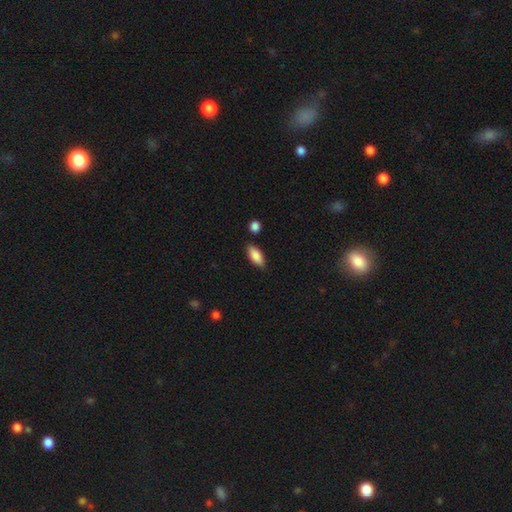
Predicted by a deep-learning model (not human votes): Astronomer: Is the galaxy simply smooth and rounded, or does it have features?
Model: smooth — 85%.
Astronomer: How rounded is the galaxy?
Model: in between — 83%.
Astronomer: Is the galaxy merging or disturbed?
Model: none — 81%.